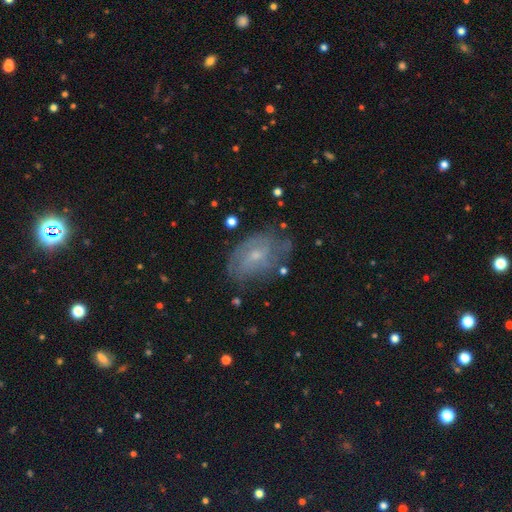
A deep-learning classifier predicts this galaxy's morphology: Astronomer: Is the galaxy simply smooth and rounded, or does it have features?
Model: featured or disk — 63%.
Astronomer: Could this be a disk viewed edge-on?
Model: no — 95%.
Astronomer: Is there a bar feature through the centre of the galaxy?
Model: no — 57% (runner-up: weak, 37%).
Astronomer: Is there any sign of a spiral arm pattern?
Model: yes — 77%.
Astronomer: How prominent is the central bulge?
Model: small — 63%.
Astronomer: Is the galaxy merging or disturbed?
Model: none — 67%.